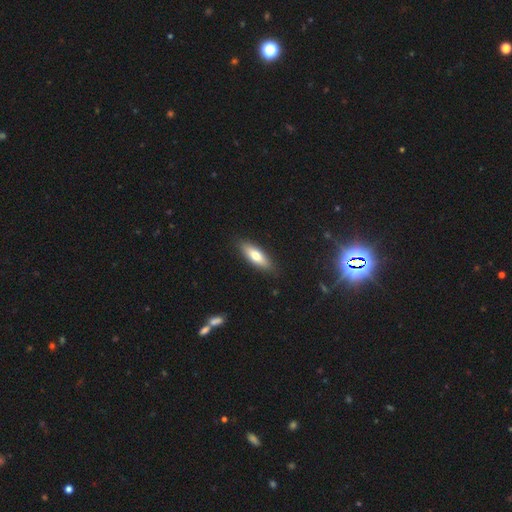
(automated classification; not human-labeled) This appears to be a smooth galaxy with no disk features (69%) that is in between round and cigar-shaped (57%). Merging: none (87%).